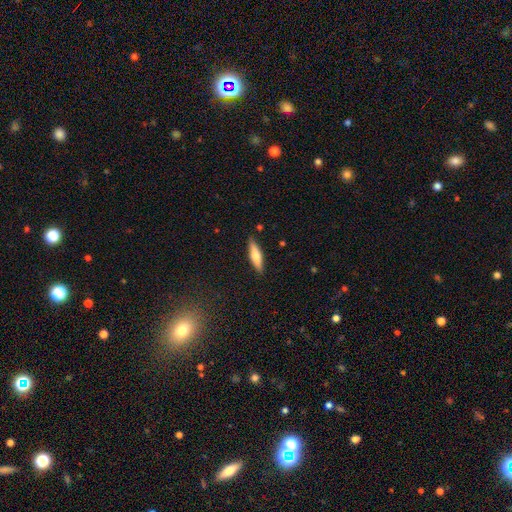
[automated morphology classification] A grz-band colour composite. It shows a smooth galaxy with no disk features (61%) that is cigar-shaped (68%). Merging: none (87%).